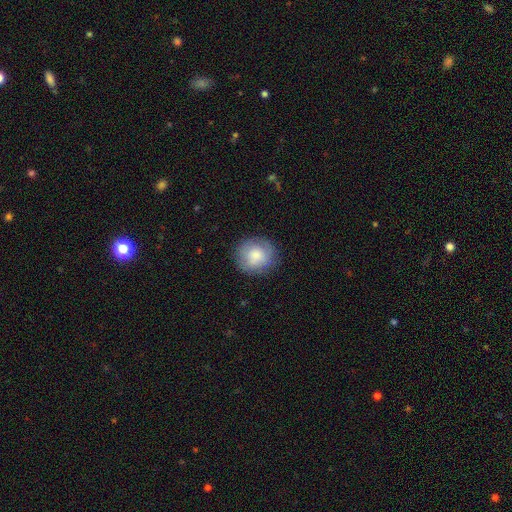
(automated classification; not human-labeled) The model was most divided on "smooth or featured": smooth: 72%, featured or disk: 21%, star or artifact: 7%. More confident: how rounded — round (87%); merging — none (81%).